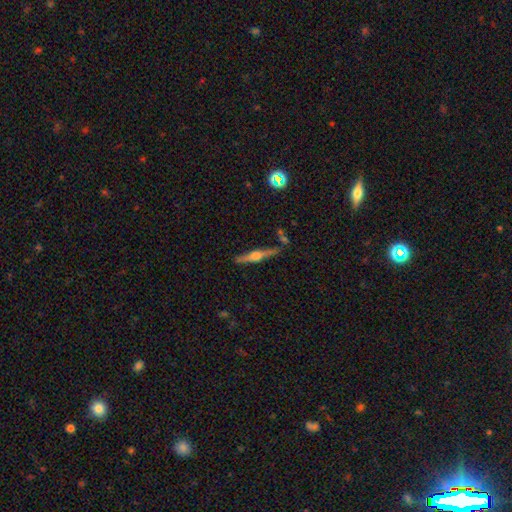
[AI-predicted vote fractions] Smooth or featured? featured or disk (77%)
Edge-on disk? yes (98%)
Edge-on bulge? rounded (91%)
Merging? none (84%)